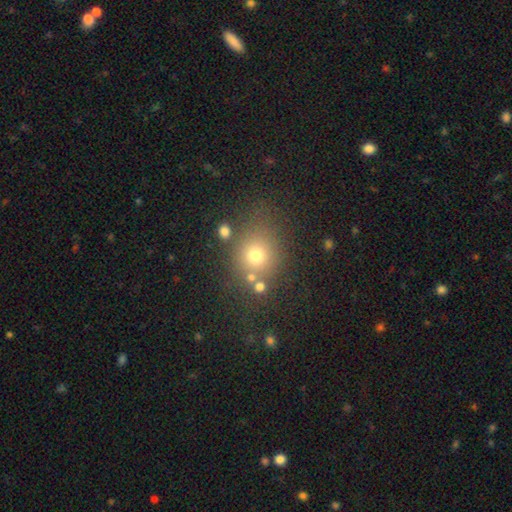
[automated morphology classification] smooth 69%, star or artifact 19%, featured or disk 12%. Down the decision tree: how rounded — round (78%); merging — none (70%).